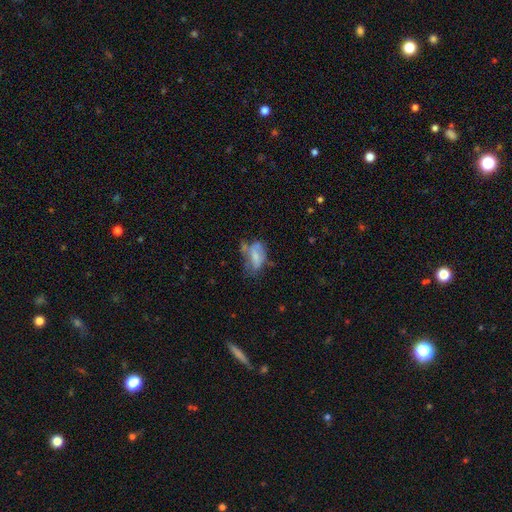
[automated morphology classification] A smooth galaxy with no disk features (54%) that is in between round and cigar-shaped (89%).

Vote fractions:
- Smooth or featured? smooth: 54% / featured or disk: 36% / star or artifact: 10%
- How rounded? in between: 89% / round: 7% / cigar-shaped: 4%
- Merging? none: 31% / minor disturbance: 30% / major disturbance: 28% / merger: 11%